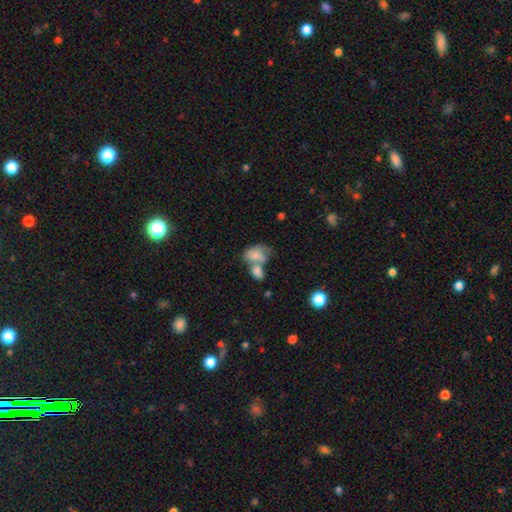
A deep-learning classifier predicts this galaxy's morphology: This appears to be a smooth galaxy with no disk features (73%) that is in between round and cigar-shaped (84%). Merging: merger (61%).